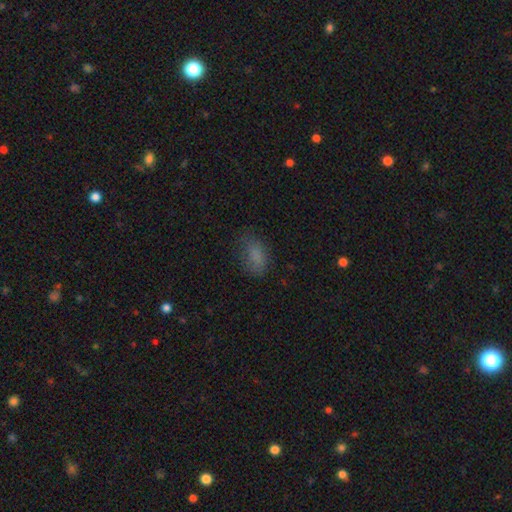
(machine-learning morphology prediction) Overall: smooth (78%). How rounded: in between (89%). Merging: none (63%; minor disturbance 25%).